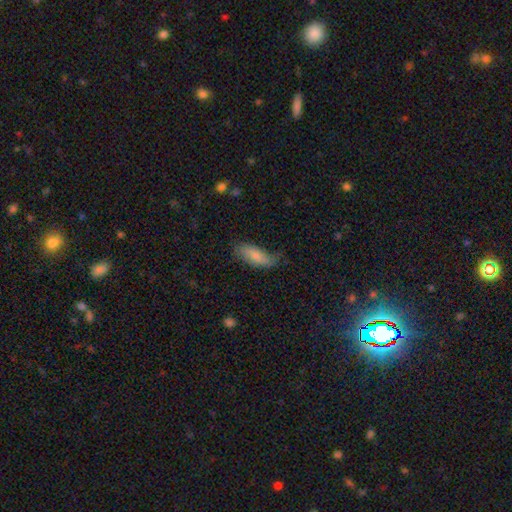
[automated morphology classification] A smooth galaxy with no disk features (74%) that is in between round and cigar-shaped (77%).

Vote fractions:
- Smooth or featured? smooth: 74% / featured or disk: 20% / star or artifact: 6%
- How rounded? in between: 77% / cigar-shaped: 21% / round: 2%
- Merging? none: 62% / minor disturbance: 29% / major disturbance: 7% / merger: 2%